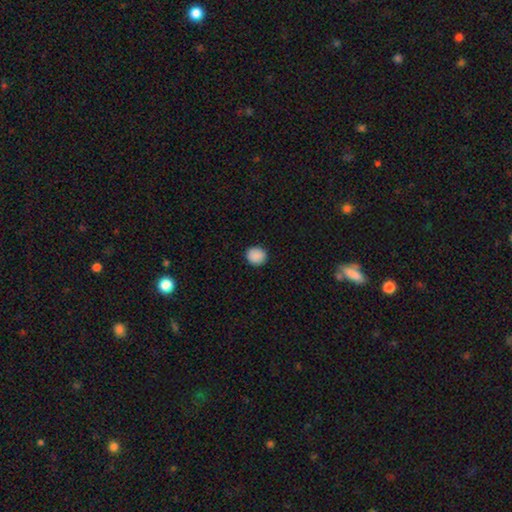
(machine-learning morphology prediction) Smooth or featured?
  - smooth: 89% *
  - star or artifact: 8%
  - featured or disk: 2%
How rounded?
  - round: 89% *
  - in between: 10%
  - cigar-shaped: 1%
Merging?
  - none: 92% *
  - minor disturbance: 6%
  - major disturbance: 2%
  - merger: 1%